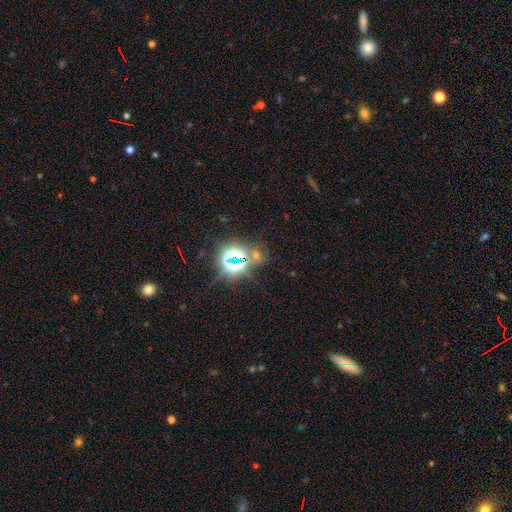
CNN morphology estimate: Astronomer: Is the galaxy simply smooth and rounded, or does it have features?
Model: star or artifact — 70%.